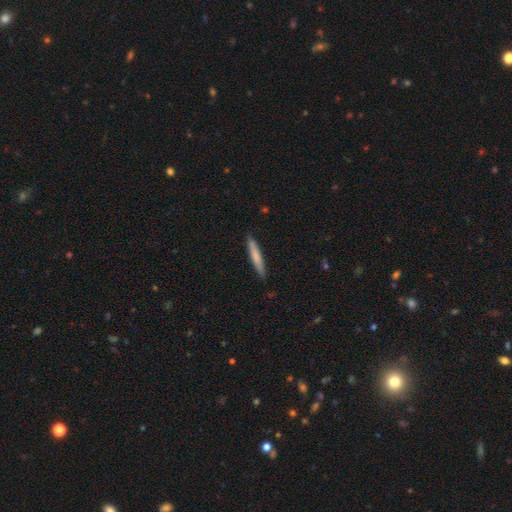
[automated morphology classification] smooth_or_featured: smooth (p=0.71) [alt: featured or disk p=0.24]
how_rounded: cigar-shaped (p=0.94) [alt: in between p=0.05]
merging: none (p=0.88) [alt: minor disturbance p=0.09]